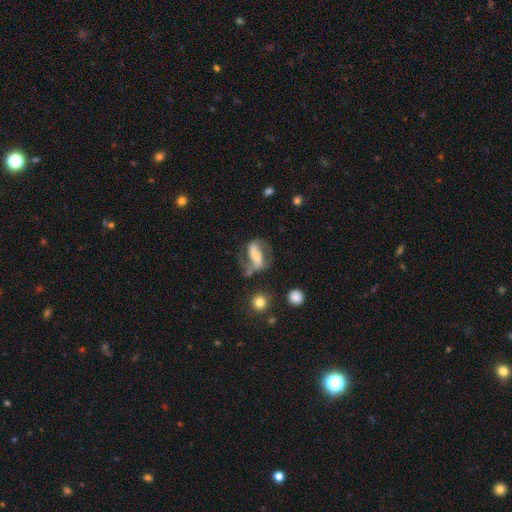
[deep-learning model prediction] smooth_or_featured: featured or disk (p=0.76) [alt: smooth p=0.17]
disk_edge_on: no (p=0.94) [alt: yes p=0.06]
bar: strong (p=0.56) [alt: weak p=0.25]
has_spiral_arms: yes (p=0.89) [alt: no p=0.11]
spiral_winding: medium (p=0.45) [alt: loose p=0.38]
spiral_arm_count: 2 (p=0.86) [alt: 1 p=0.06]
bulge_size: moderate (p=0.44) [alt: small p=0.42]
merging: none (p=0.54) [alt: major disturbance p=0.21]